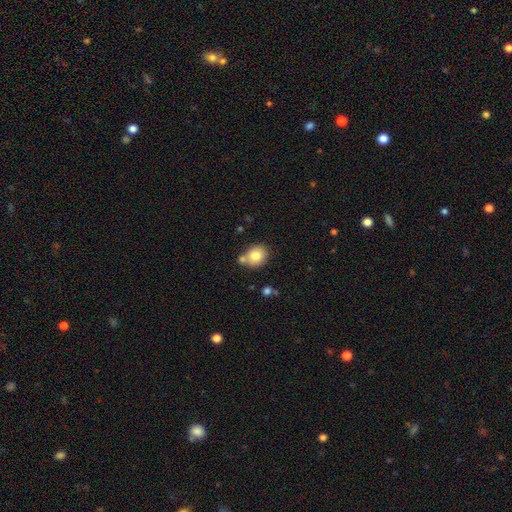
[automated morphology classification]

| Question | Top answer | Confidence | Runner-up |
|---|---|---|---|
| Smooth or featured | smooth | 78% | featured or disk (12%) |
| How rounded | round | 70% | in between (29%) |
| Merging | none | 64% | merger (19%) |